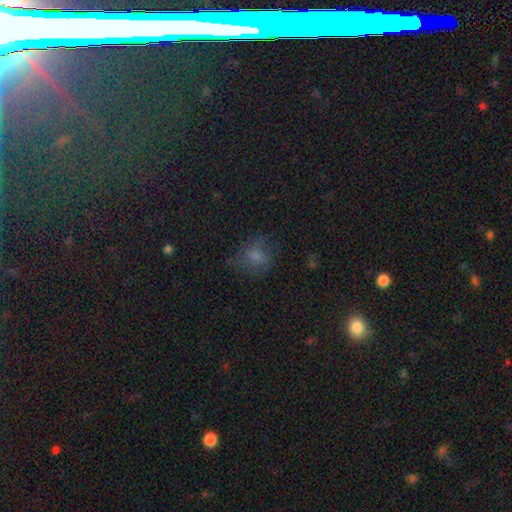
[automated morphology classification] type=smooth (62%); roundness=round (55%); merging=none (56%).